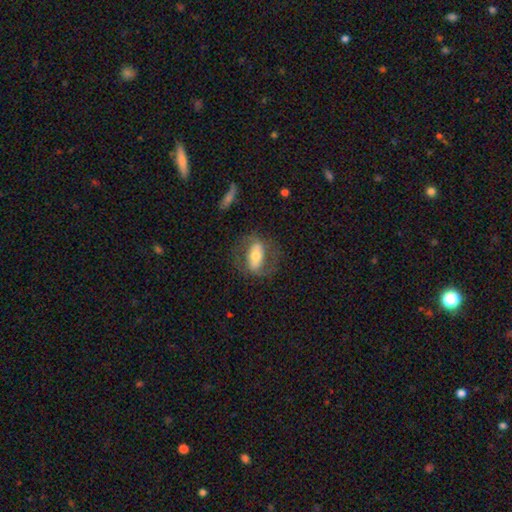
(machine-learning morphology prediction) Smooth or featured? Predicted: featured or disk (p=0.59). Edge-on disk? Predicted: no (p=0.89). Bar? Predicted: strong (p=0.50). Spiral arms? Predicted: yes (p=0.65). Bulge size? Predicted: moderate (p=0.59). Merging? Predicted: none (p=0.68).